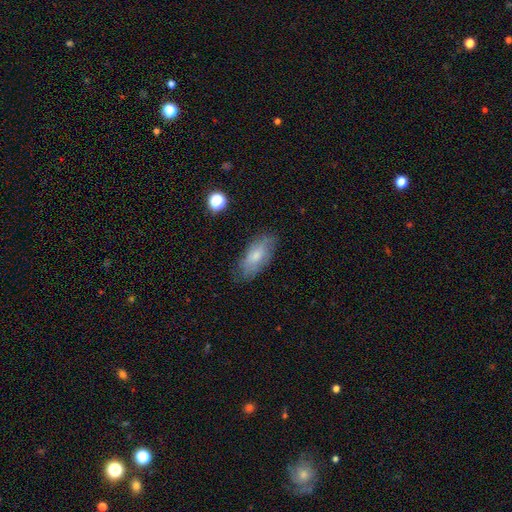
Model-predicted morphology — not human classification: This appears to be a smooth galaxy with no disk features (65%) that is in between round and cigar-shaped (86%). Merging: none (72%).